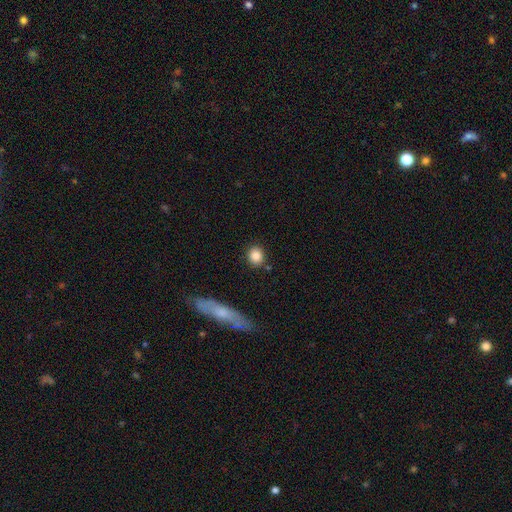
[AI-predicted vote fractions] This is clearly a smooth galaxy (86%). How rounded: likely round (79%). Merging: clearly none (84%).